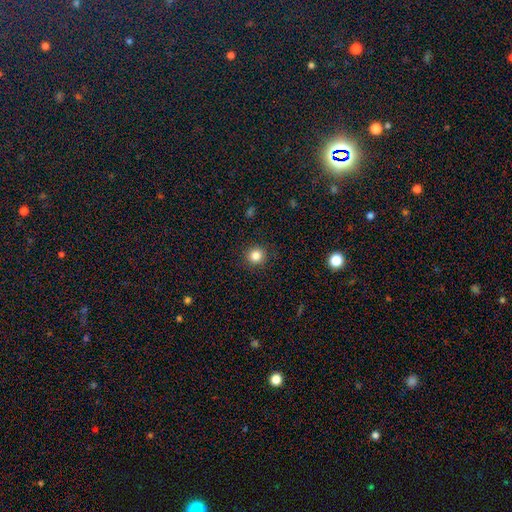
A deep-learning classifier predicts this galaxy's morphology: Smooth or featured: smooth — 83% (star or artifact — 12%)
How rounded: round — 91% (in between — 8%)
Merging: none — 91% (minor disturbance — 6%)